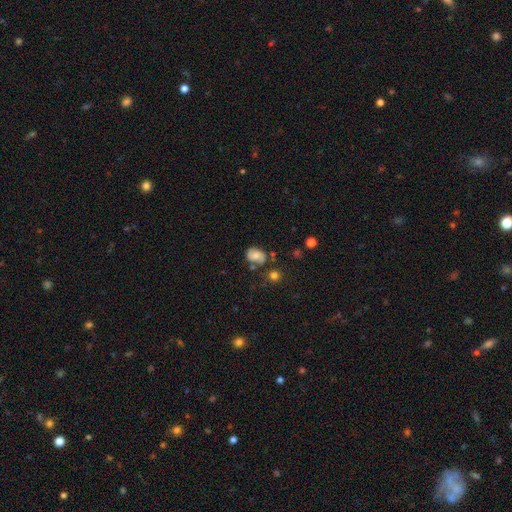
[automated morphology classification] A smooth galaxy with no disk features (59%) that is in between round and cigar-shaped (63%).

Vote fractions:
- Smooth or featured? smooth: 59% / featured or disk: 31% / star or artifact: 11%
- How rounded? in between: 63% / round: 36% / cigar-shaped: 1%
- Merging? none: 62% / minor disturbance: 22% / merger: 8% / major disturbance: 7%